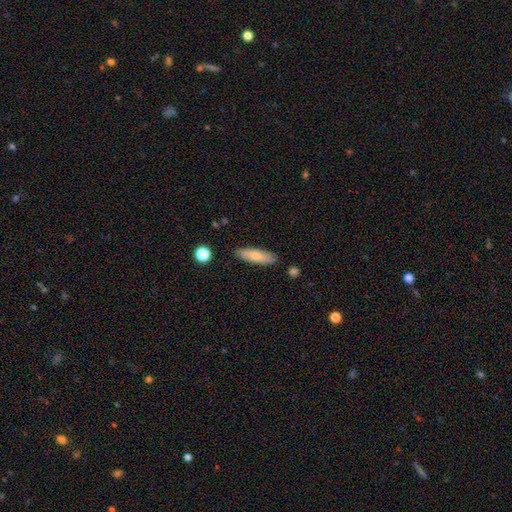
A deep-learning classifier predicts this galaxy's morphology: A smooth galaxy with no disk features (75%) that is cigar-shaped (53%). Merging: none (85%).